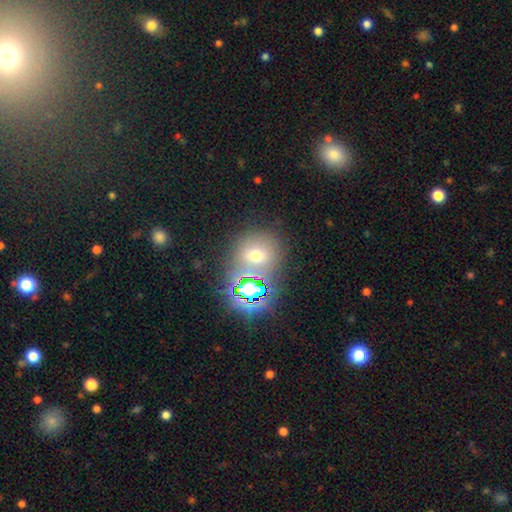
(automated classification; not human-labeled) A smooth galaxy with no disk features (56%) that is round (85%). Merging: none (68%).